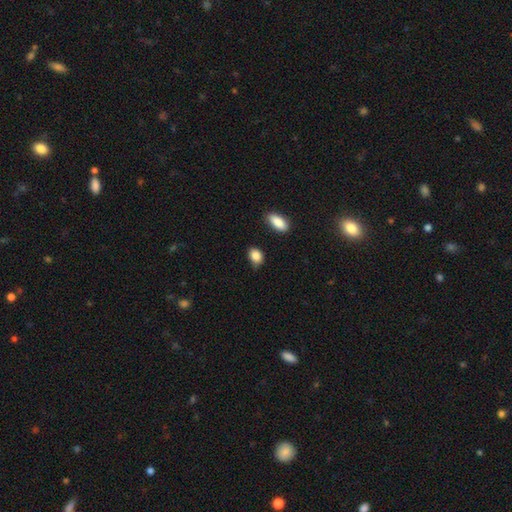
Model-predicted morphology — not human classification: A smooth galaxy with no disk features (87%) that is in between round and cigar-shaped (71%).

Vote fractions:
- Smooth or featured? smooth: 87% / star or artifact: 8% / featured or disk: 5%
- How rounded? in between: 71% / round: 27% / cigar-shaped: 2%
- Merging? none: 65% / minor disturbance: 27% / major disturbance: 5% / merger: 3%